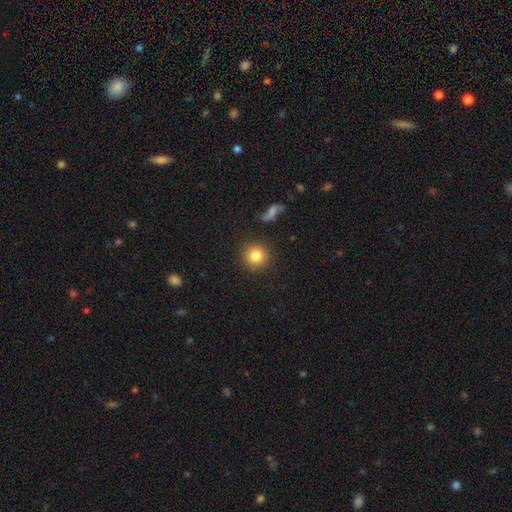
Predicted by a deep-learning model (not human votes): This is clearly a smooth galaxy (82%). How rounded: clearly round (93%). Merging: clearly none (89%).